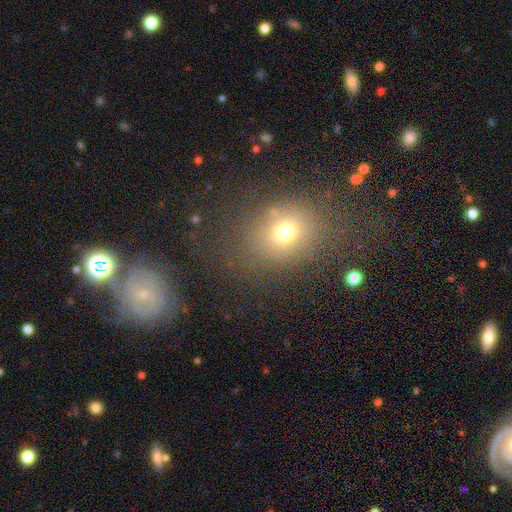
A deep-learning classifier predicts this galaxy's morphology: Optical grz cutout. It shows a smooth galaxy with no disk features (59%) that is round (54%). Merging: none (76%).